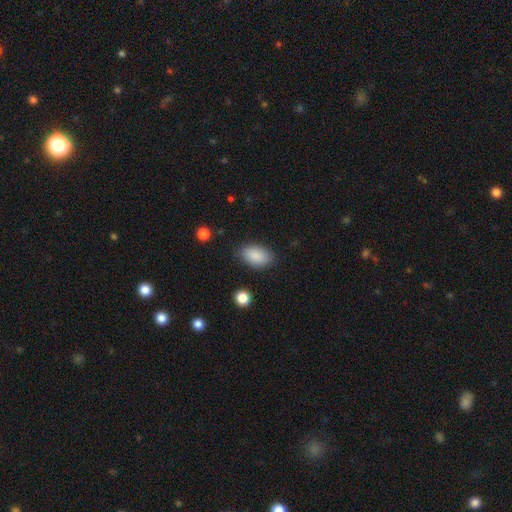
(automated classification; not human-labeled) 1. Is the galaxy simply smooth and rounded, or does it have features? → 88% smooth, 7% star or artifact, 5% featured or disk.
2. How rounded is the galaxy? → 93% in between, 6% round, 2% cigar-shaped.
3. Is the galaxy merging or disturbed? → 82% none, 13% minor disturbance, 3% major disturbance, 2% merger.